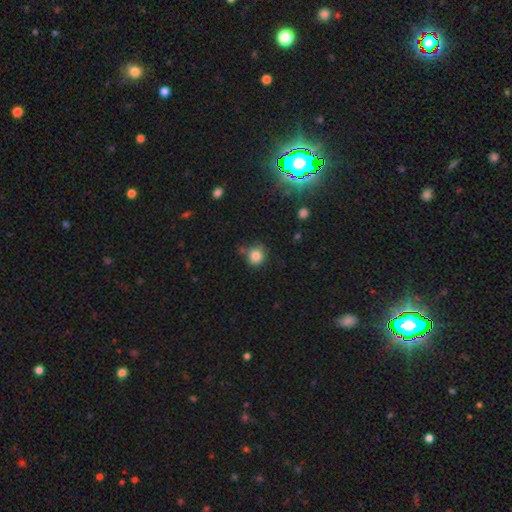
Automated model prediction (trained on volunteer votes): smooth-or-featured: smooth: 83% | star or artifact: 12% | featured or disk: 6%
  how-rounded: round: 88% | in between: 11% | cigar-shaped: 1%
  merging: none: 69% | minor disturbance: 19% | merger: 8% | major disturbance: 5%